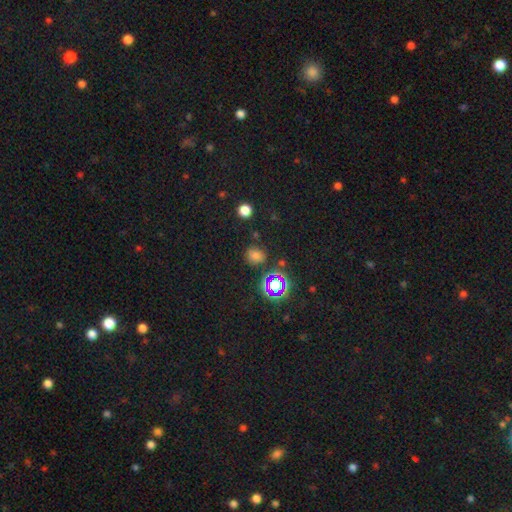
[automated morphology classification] This appears to be a smooth galaxy with no disk features (62%) that is round (67%). Merging: none (78%).